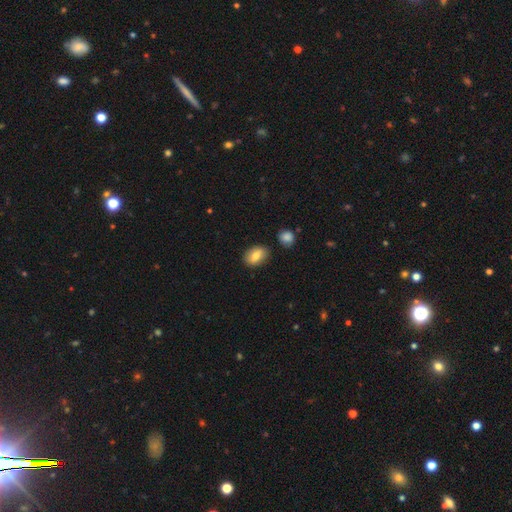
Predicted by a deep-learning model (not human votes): smooth-or-featured: smooth: 80% | featured or disk: 12% | star or artifact: 7%
  how-rounded: in between: 84% | round: 14% | cigar-shaped: 2%
  merging: none: 85% | minor disturbance: 10% | merger: 3% | major disturbance: 2%